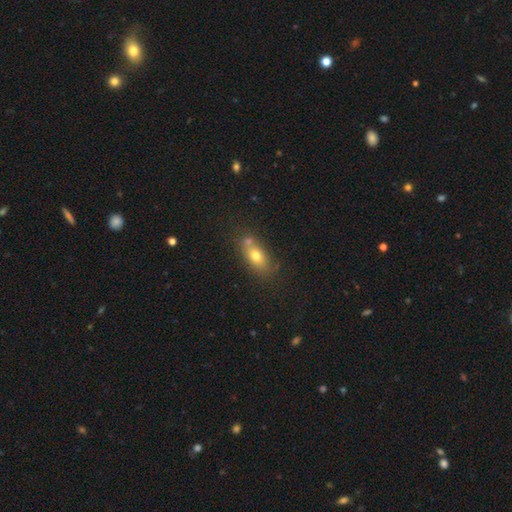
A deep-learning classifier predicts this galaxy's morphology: smooth 71%, featured or disk 18%, star or artifact 11%. Down the decision tree: how rounded — in between (75%); merging — none (53%).